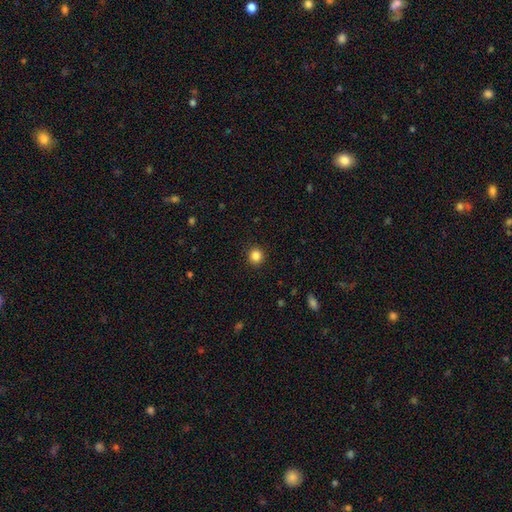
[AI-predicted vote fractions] smooth 85%, star or artifact 11%, featured or disk 4%. Down the decision tree: how rounded — round (93%); merging — none (92%).